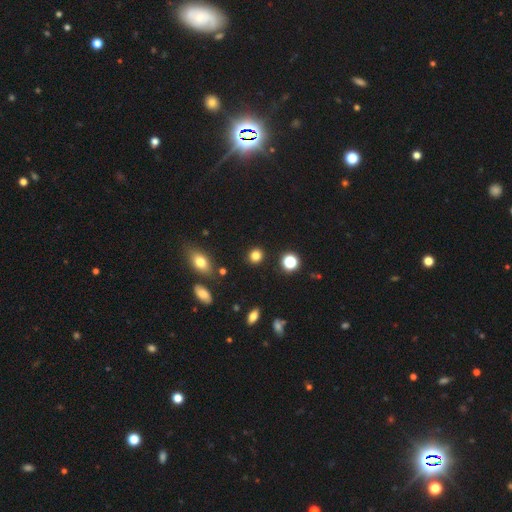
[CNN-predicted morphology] Q: Smooth or featured?
A: smooth (81%); runner-up: star or artifact (14%)
Q: How rounded?
A: round (87%); runner-up: in between (12%)
Q: Merging?
A: none (89%); runner-up: minor disturbance (6%)